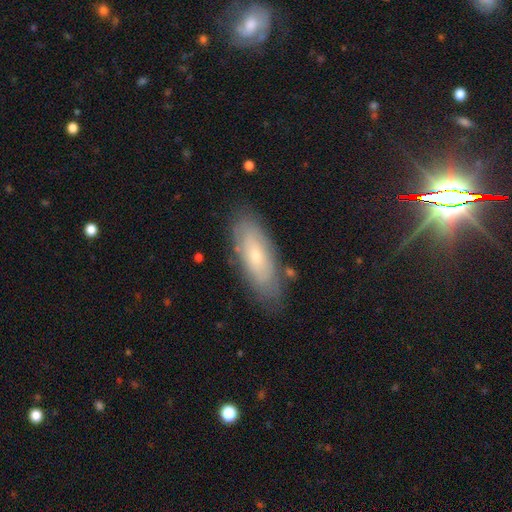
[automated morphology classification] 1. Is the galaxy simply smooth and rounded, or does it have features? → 48% smooth, 44% featured or disk, 7% star or artifact.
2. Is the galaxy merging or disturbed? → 79% none, 16% minor disturbance, 4% major disturbance, 2% merger.